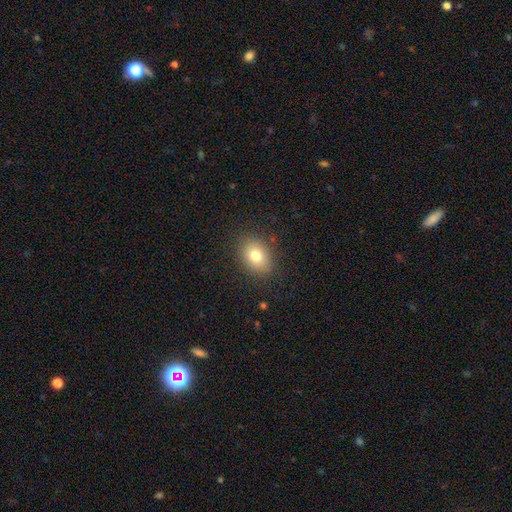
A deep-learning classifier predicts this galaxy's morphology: The model was most divided on "how rounded": in between: 62%, round: 37%, cigar-shaped: 1%. More confident: merging — none (86%); smooth or featured — smooth (78%).